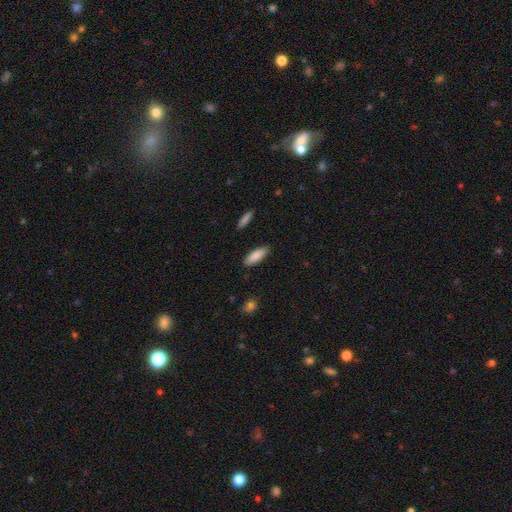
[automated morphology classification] This is clearly a smooth galaxy (86%). How rounded: likely in between (64%). Merging: clearly none (87%).